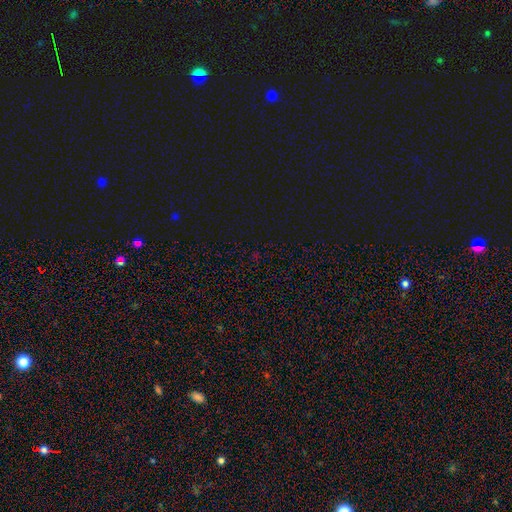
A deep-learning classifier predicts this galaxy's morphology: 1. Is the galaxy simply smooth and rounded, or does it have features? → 69% star or artifact, 24% smooth, 7% featured or disk.